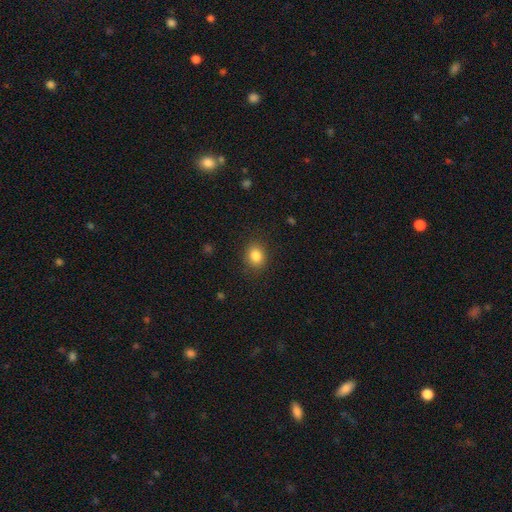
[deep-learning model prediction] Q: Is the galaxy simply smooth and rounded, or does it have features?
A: smooth — 84%.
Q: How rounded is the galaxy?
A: round — 63%.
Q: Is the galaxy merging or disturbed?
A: none — 87%.